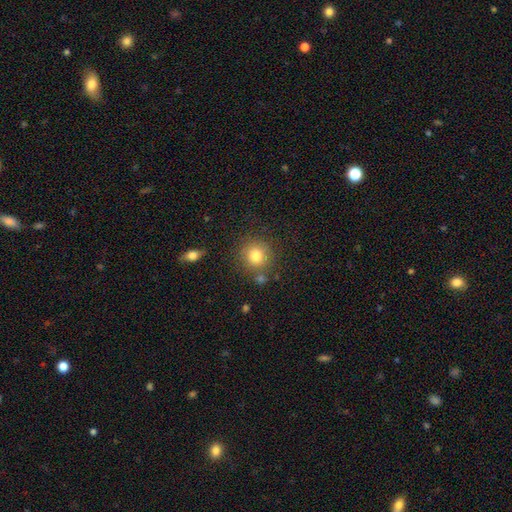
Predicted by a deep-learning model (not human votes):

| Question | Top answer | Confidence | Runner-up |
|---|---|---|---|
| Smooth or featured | smooth | 80% | star or artifact (11%) |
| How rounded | round | 90% | in between (9%) |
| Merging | none | 79% | minor disturbance (10%) |